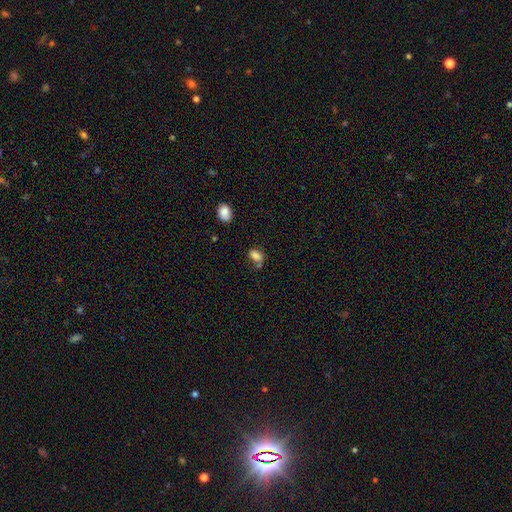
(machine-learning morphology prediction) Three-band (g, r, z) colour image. It shows a smooth galaxy with no disk features (82%) that is in between round and cigar-shaped (84%). Merging: none (49%).